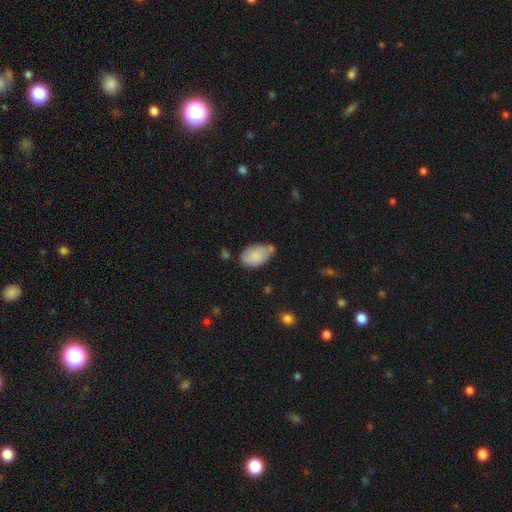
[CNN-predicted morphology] This appears to be a smooth galaxy with no disk features (82%) that is in between round and cigar-shaped (93%). Merging: none (48%).